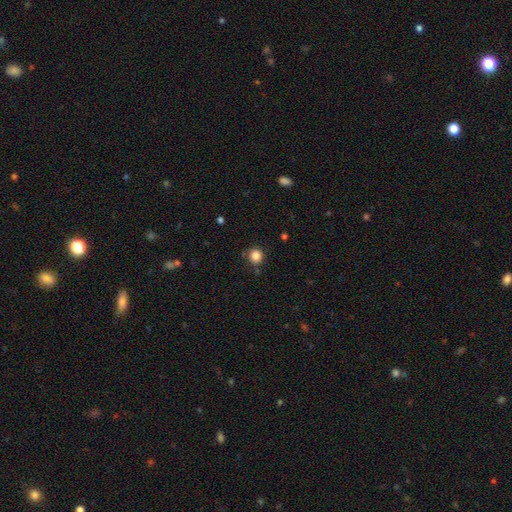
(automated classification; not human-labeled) smooth-or-featured: smooth: 84% | star or artifact: 12% | featured or disk: 4%
  how-rounded: round: 91% | in between: 8% | cigar-shaped: 1%
  merging: none: 84% | minor disturbance: 10% | merger: 3% | major disturbance: 3%